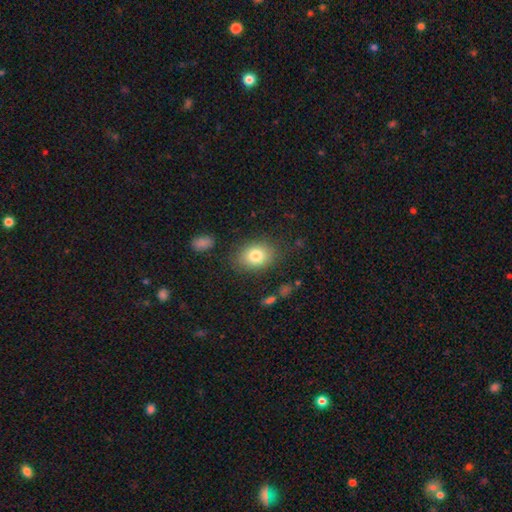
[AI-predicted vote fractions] Smooth or featured: smooth — 80% (featured or disk — 10%)
How rounded: in between — 60% (round — 39%)
Merging: none — 82% (minor disturbance — 12%)